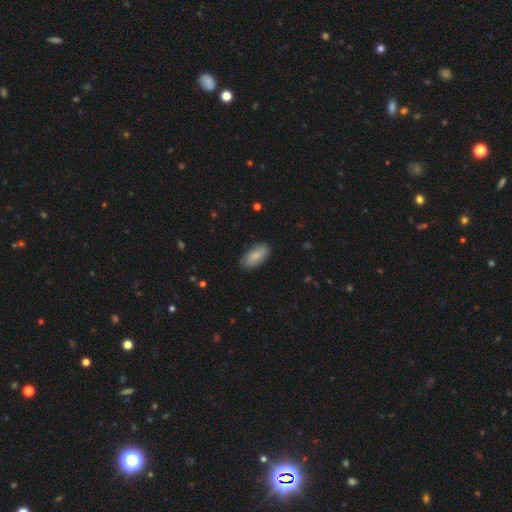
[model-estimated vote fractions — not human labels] Smooth or featured? smooth (77%)
How rounded? in between (92%)
Merging? none (83%)